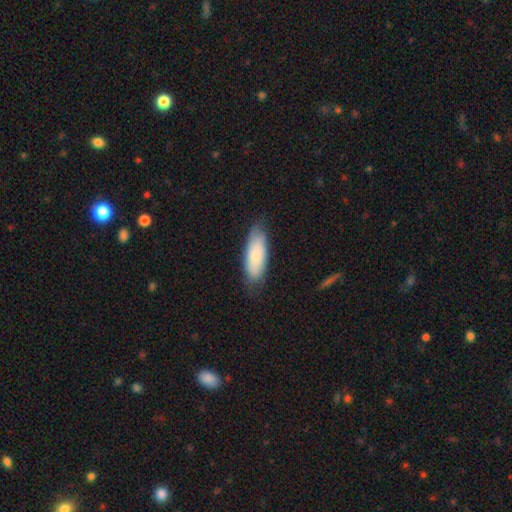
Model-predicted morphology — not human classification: This is likely a smooth galaxy (80%). How rounded: likely in between (67%). Merging: likely none (75%).